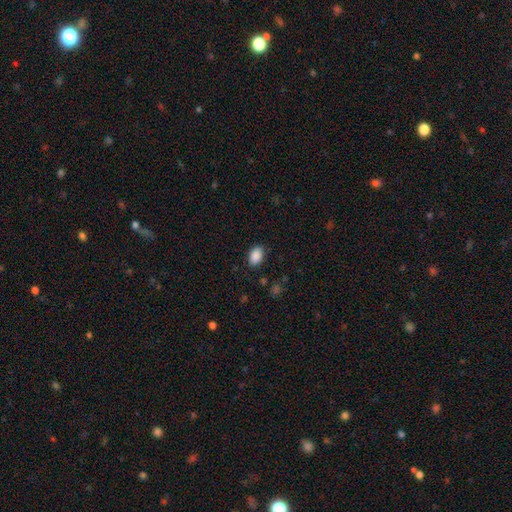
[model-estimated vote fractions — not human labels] A smooth galaxy with no disk features (90%) that is in between round and cigar-shaped (88%). Merging: none (85%).